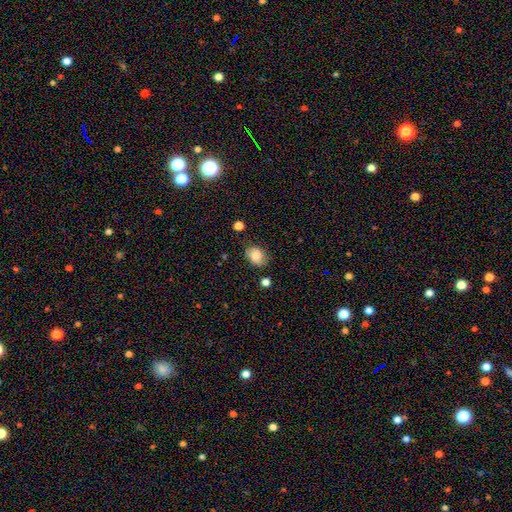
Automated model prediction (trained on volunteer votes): Overall: smooth (83%). How rounded: in between (52%; round 47%). Merging: none (71%).